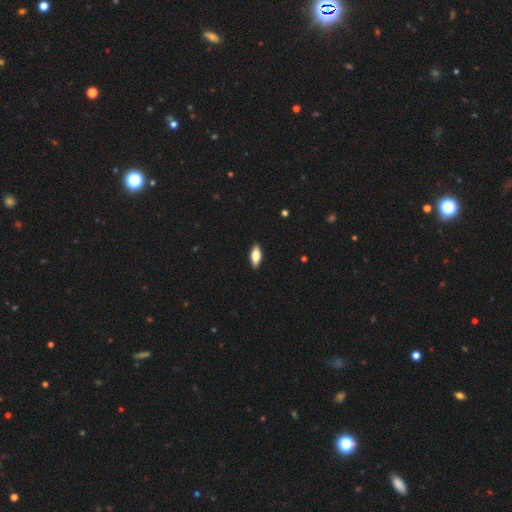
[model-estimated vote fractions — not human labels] smooth 75%, featured or disk 19%, star or artifact 6%. Down the decision tree: how rounded — in between (78%); merging — none (90%).